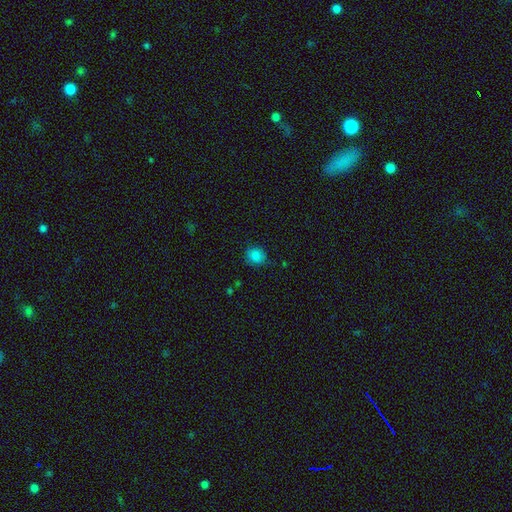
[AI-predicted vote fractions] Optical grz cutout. It shows a smooth galaxy with no disk features (84%) that is round (80%). Merging: none (81%).